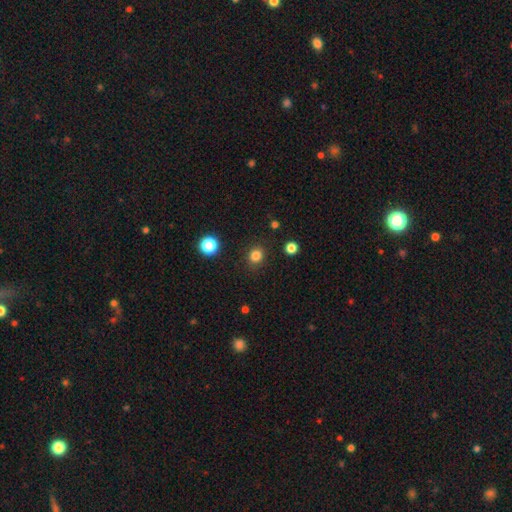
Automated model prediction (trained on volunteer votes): Smooth or featured? smooth (83%)
How rounded? round (78%)
Merging? none (89%)